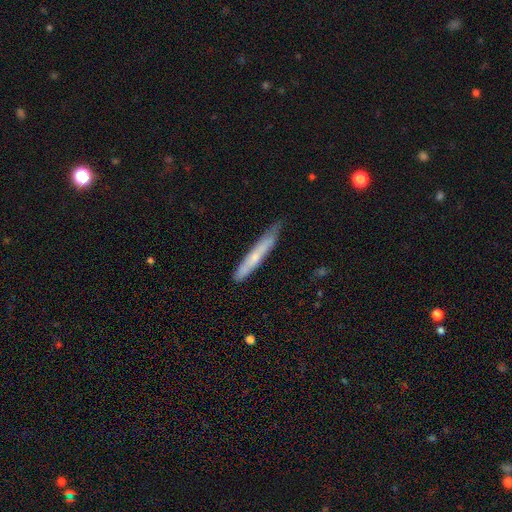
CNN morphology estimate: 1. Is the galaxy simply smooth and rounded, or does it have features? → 58% smooth, 36% featured or disk, 6% star or artifact.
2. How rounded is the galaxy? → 95% cigar-shaped, 4% in between, 1% round.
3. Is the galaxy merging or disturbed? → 69% none, 26% minor disturbance, 4% major disturbance, 2% merger.